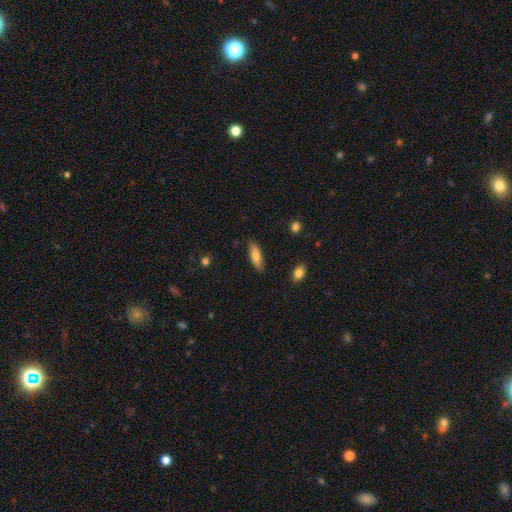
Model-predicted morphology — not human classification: Q: Smooth or featured?
A: smooth (77%); runner-up: featured or disk (17%)
Q: How rounded?
A: in between (56%); runner-up: cigar-shaped (42%)
Q: Merging?
A: none (85%); runner-up: minor disturbance (12%)